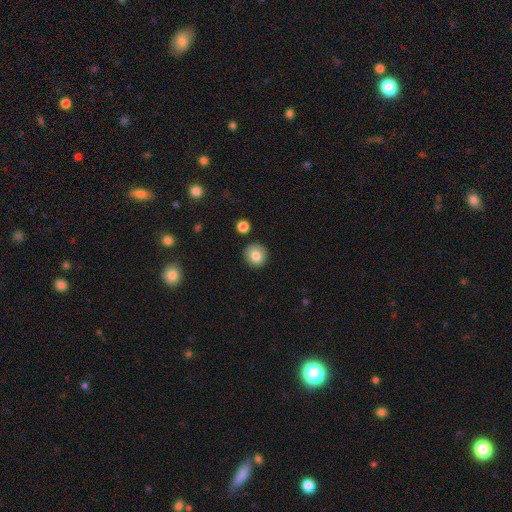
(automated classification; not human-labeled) Morphology: type=smooth (79%); roundness=round (91%); merging=none (87%).